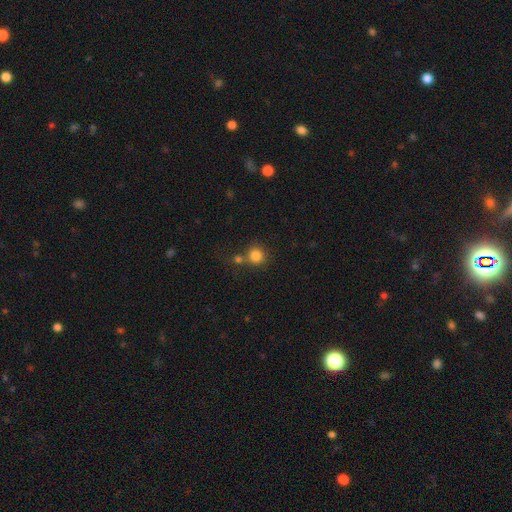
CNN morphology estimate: Smooth or featured?
  - smooth: 83% *
  - star or artifact: 11%
  - featured or disk: 6%
How rounded?
  - round: 91% *
  - in between: 8%
  - cigar-shaped: 1%
Merging?
  - none: 62% *
  - merger: 25%
  - minor disturbance: 9%
  - major disturbance: 4%